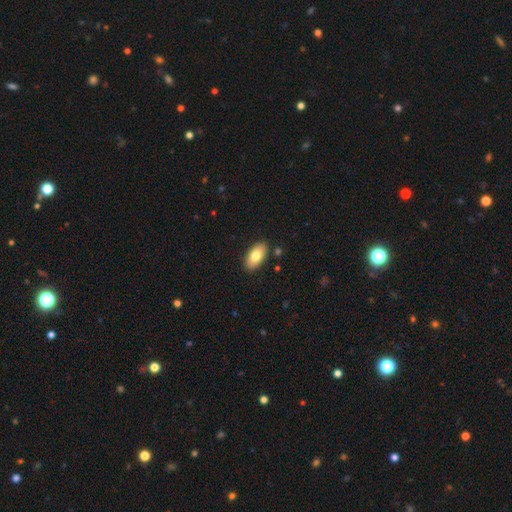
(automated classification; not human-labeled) This appears to be a smooth galaxy with no disk features (78%) that is in between round and cigar-shaped (93%). Merging: none (88%).